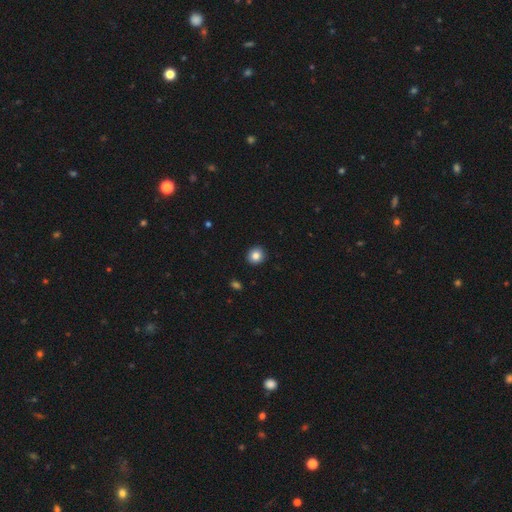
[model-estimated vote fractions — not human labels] This appears to be a smooth galaxy with no disk features (84%) that is round (88%). Merging: none (93%).